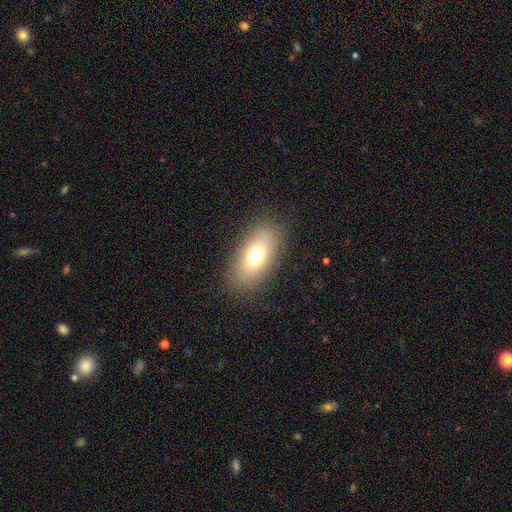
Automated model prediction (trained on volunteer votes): smooth-or-featured: smooth: 69% | featured or disk: 20% | star or artifact: 11%
  how-rounded: in between: 86% | round: 8% | cigar-shaped: 6%
  merging: none: 85% | minor disturbance: 9% | major disturbance: 4% | merger: 1%